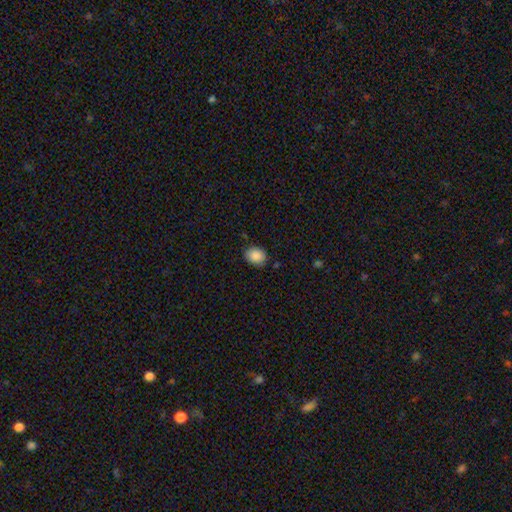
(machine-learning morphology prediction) A smooth galaxy with no disk features (88%) that is in between round and cigar-shaped (60%). Merging: none (82%).